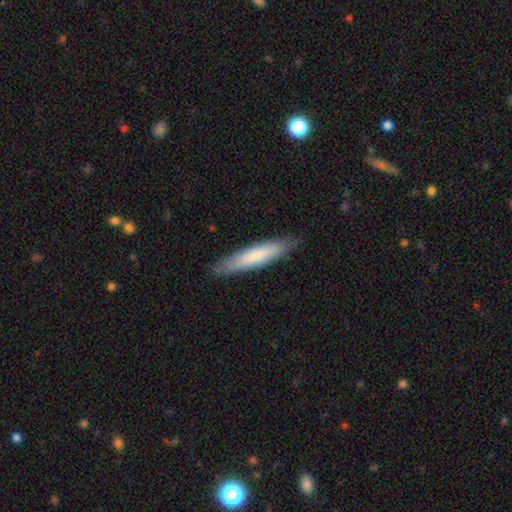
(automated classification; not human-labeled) This is likely a smooth galaxy (75%). How rounded: clearly cigar-shaped (87%). Merging: clearly none (87%).